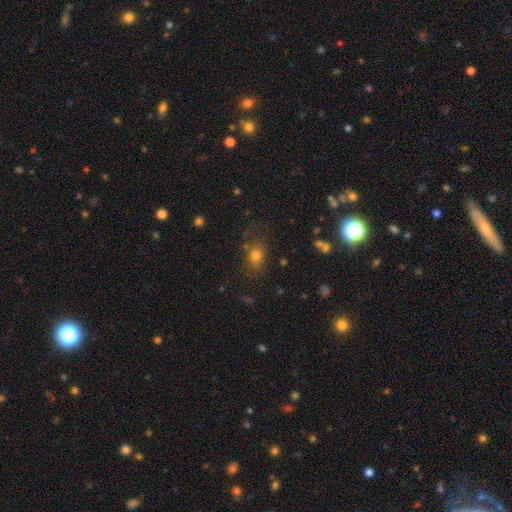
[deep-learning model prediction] smooth 72%, star or artifact 18%, featured or disk 10%. Down the decision tree: how rounded — in between (56%); merging — none (73%).